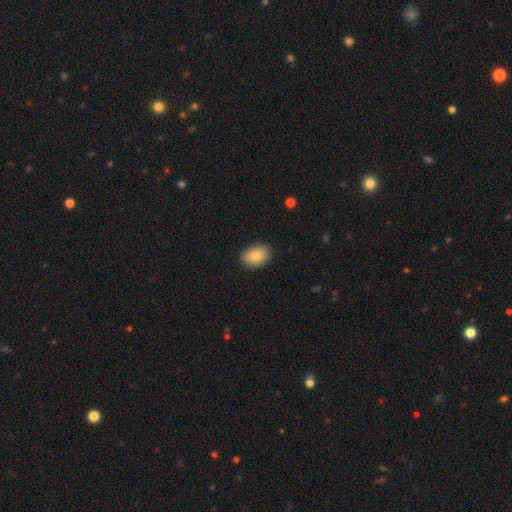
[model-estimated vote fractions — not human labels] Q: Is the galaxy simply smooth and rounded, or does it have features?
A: smooth — 80%.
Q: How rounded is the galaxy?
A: in between — 75%.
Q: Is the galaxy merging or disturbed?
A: none — 87%.